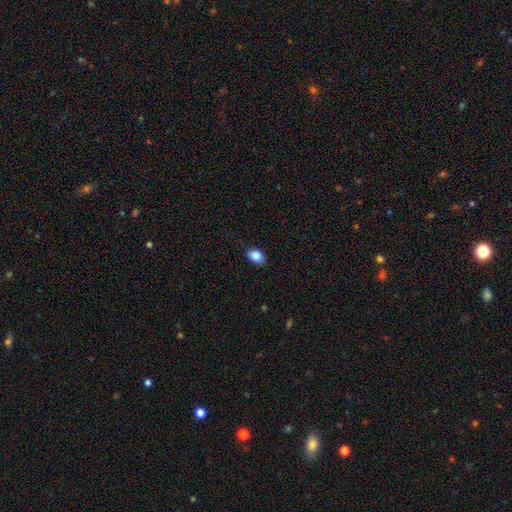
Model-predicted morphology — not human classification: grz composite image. It shows a smooth galaxy with no disk features (86%) that is in between round and cigar-shaped (77%). Merging: none (86%).